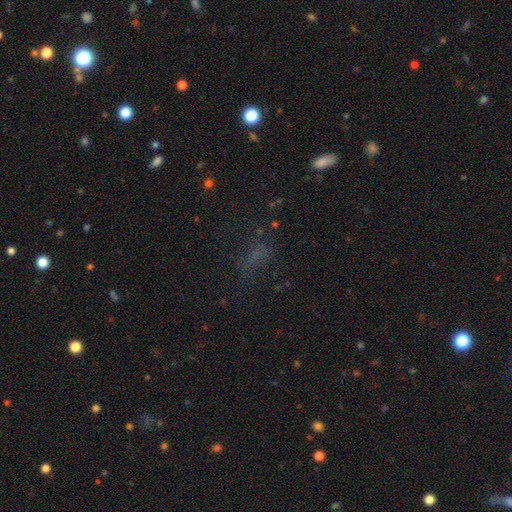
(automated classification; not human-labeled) Smooth or featured?
  - smooth: 48% *
  - star or artifact: 34%
  - featured or disk: 18%
Merging?
  - none: 56% *
  - major disturbance: 21%
  - minor disturbance: 19%
  - merger: 4%